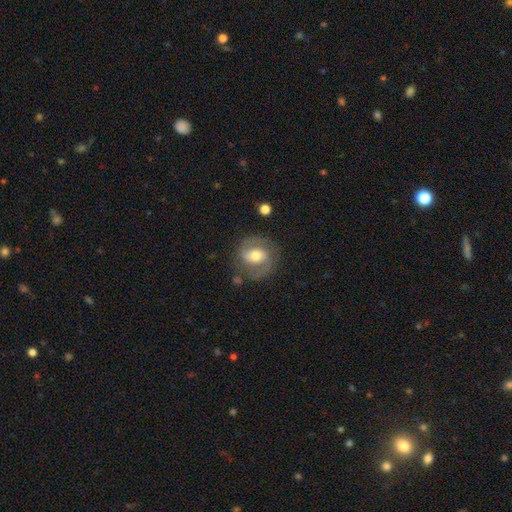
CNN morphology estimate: smooth_or_featured: featured or disk (p=0.70) [alt: smooth p=0.24]
disk_edge_on: no (p=0.97) [alt: yes p=0.03]
bar: weak (p=0.43) [alt: no p=0.32]
has_spiral_arms: yes (p=0.84) [alt: no p=0.16]
spiral_winding: medium (p=0.52) [alt: tight p=0.29]
spiral_arm_count: 2 (p=0.86) [alt: can't tell p=0.06]
bulge_size: moderate (p=0.70) [alt: small p=0.15]
merging: none (p=0.75) [alt: minor disturbance p=0.15]